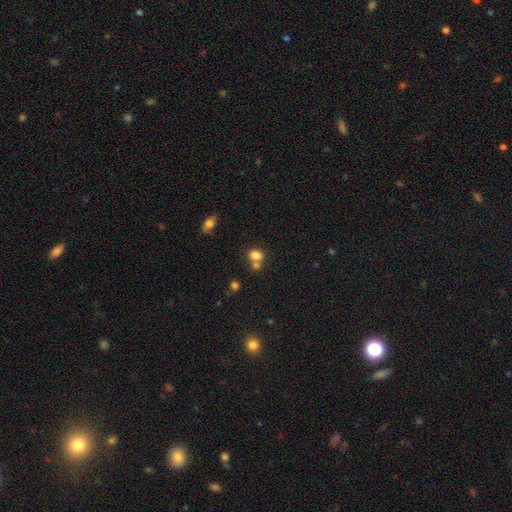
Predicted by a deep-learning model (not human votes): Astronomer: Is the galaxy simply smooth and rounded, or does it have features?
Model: smooth — 79%.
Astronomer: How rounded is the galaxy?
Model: round — 56% (runner-up: in between, 42%).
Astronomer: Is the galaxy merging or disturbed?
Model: none — 47% (runner-up: merger, 38%).